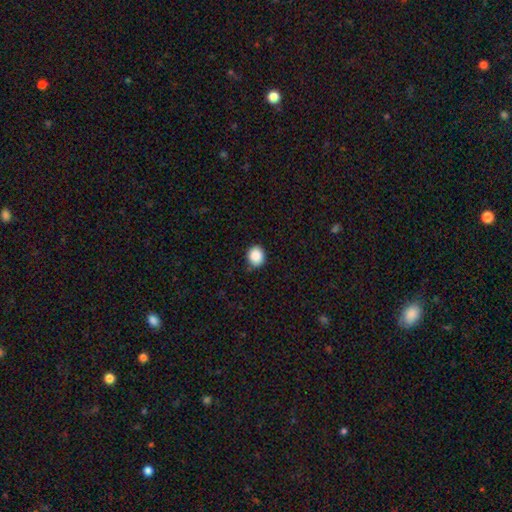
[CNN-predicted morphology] Q: Smooth or featured?
A: smooth (88%); runner-up: star or artifact (9%)
Q: How rounded?
A: round (74%); runner-up: in between (26%)
Q: Merging?
A: none (80%); runner-up: minor disturbance (16%)